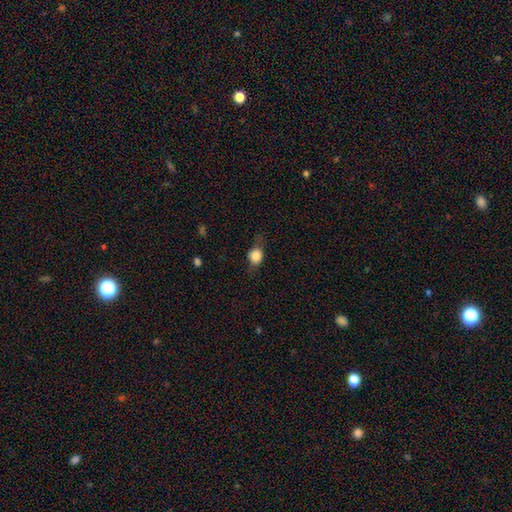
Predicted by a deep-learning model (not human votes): Q: Smooth or featured?
A: smooth (75%); runner-up: featured or disk (15%)
Q: How rounded?
A: round (55%); runner-up: in between (42%)
Q: Merging?
A: none (64%); runner-up: minor disturbance (24%)